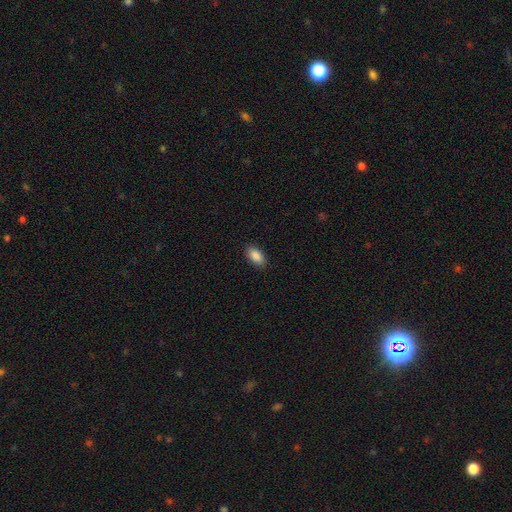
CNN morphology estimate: The model was most divided on "merging": none: 89%, minor disturbance: 8%, major disturbance: 2%, merger: 1%. More confident: how rounded — in between (93%); smooth or featured — smooth (88%).